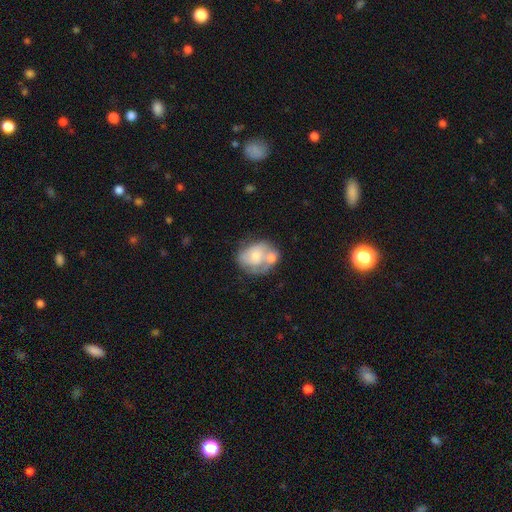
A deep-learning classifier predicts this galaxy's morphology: A smooth galaxy with no disk features (47%).

Vote fractions:
- Smooth or featured? smooth: 47% / featured or disk: 46% / star or artifact: 6%
- Merging? merger: 47% / none: 27% / minor disturbance: 17% / major disturbance: 10%